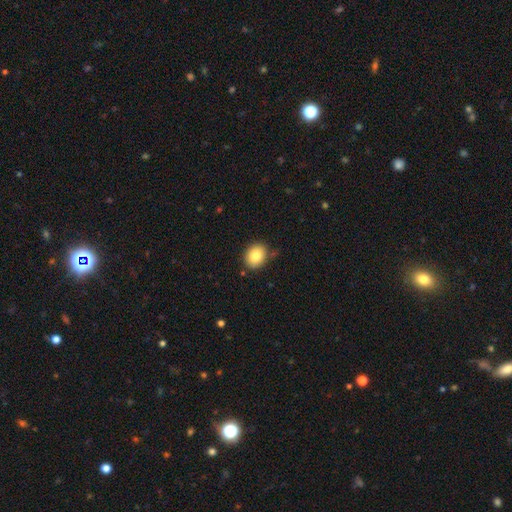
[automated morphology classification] This is clearly a smooth galaxy (84%). How rounded: possibly round (53%). Merging: likely none (80%).